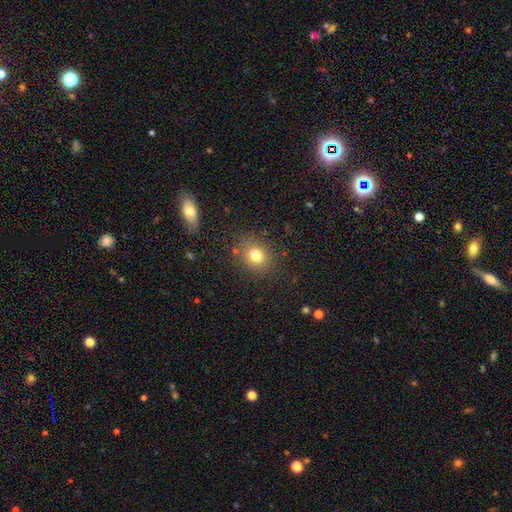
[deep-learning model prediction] Smooth or featured: smooth — 78% (star or artifact — 14%)
How rounded: round — 68% (in between — 31%)
Merging: none — 83% (minor disturbance — 11%)